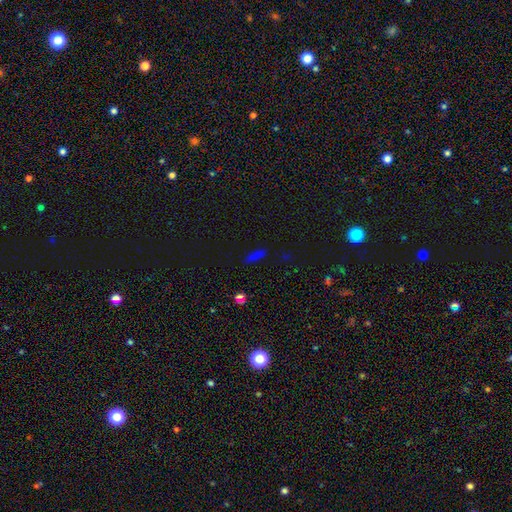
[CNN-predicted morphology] smooth-or-featured: smooth: 67% | star or artifact: 24% | featured or disk: 9%
  how-rounded: cigar-shaped: 60% | in between: 35% | round: 5%
  merging: none: 82% | minor disturbance: 12% | major disturbance: 4% | merger: 3%